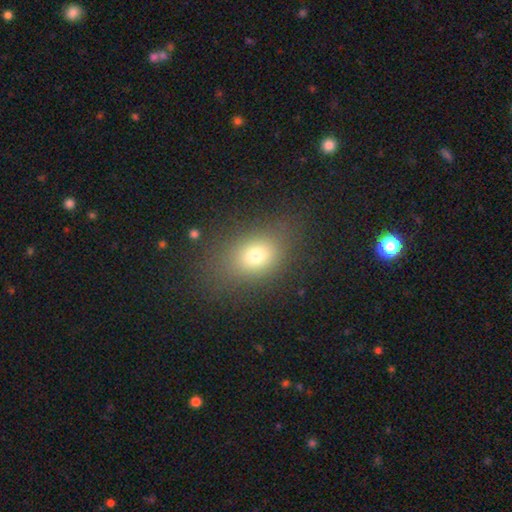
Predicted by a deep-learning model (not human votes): smooth 72%, star or artifact 15%, featured or disk 13%. Down the decision tree: how rounded — in between (64%); merging — none (77%).